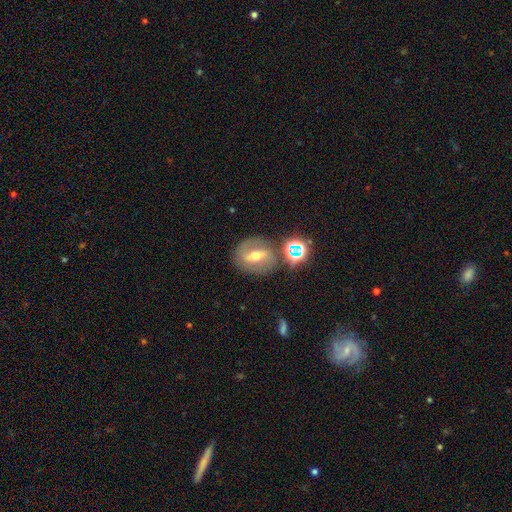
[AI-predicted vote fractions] This appears to be a featured or disk galaxy (62%) with a strong bar (45%), spiral arms (67%) and a moderate central bulge (63%). Merging: none (72%).